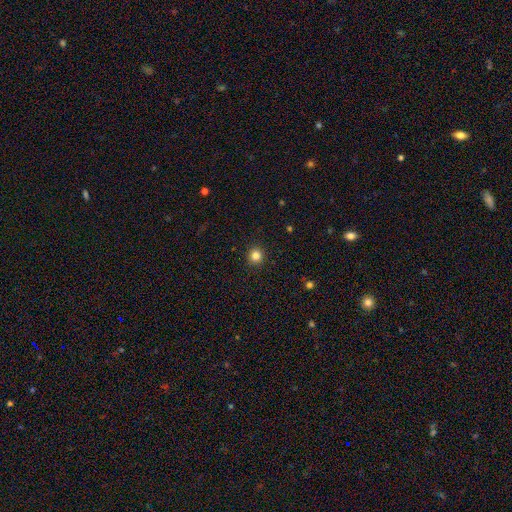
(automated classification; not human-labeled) Q: Smooth or featured?
A: smooth (83%); runner-up: star or artifact (12%)
Q: How rounded?
A: round (93%); runner-up: in between (7%)
Q: Merging?
A: none (93%); runner-up: minor disturbance (5%)